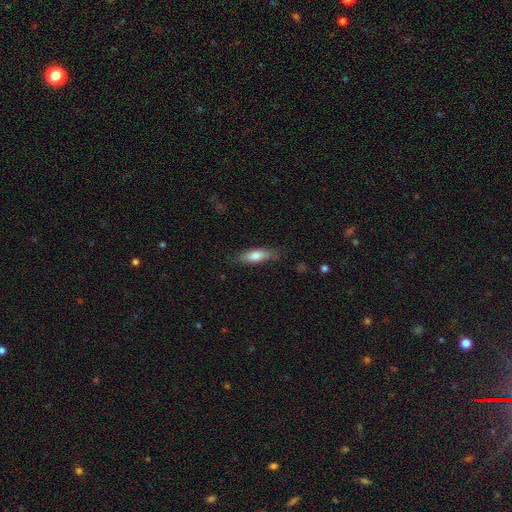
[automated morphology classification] This is likely a smooth galaxy (74%). How rounded: possibly in between (54%). Merging: clearly none (80%).